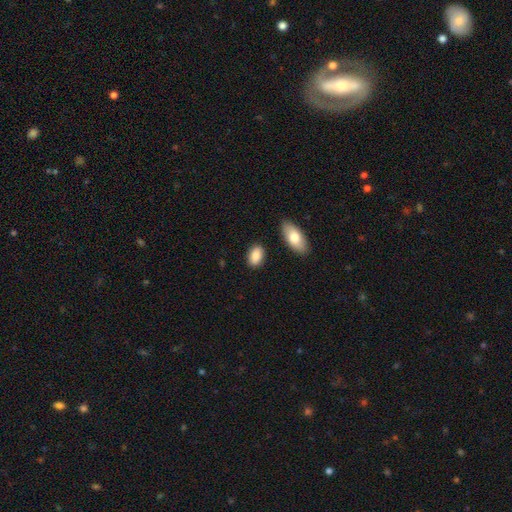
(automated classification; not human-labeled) A smooth galaxy with no disk features (87%) that is in between round and cigar-shaped (91%). Merging: none (84%).